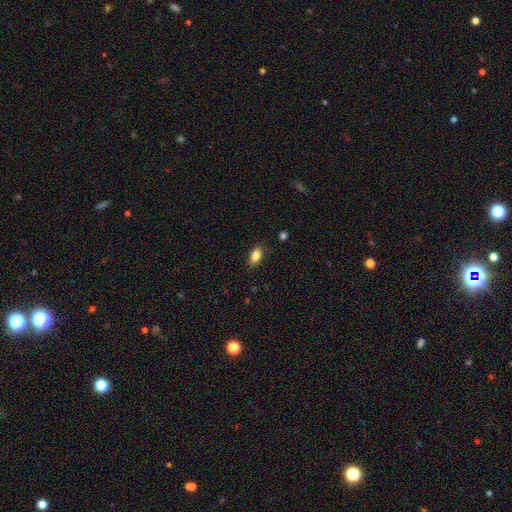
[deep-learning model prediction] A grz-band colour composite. It shows a smooth galaxy with no disk features (84%) that is in between round and cigar-shaped (88%). Merging: none (84%).